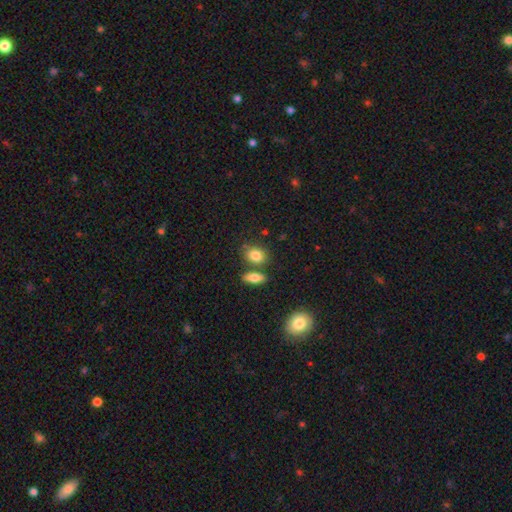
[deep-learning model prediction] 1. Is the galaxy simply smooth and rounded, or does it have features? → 84% smooth, 8% featured or disk, 8% star or artifact.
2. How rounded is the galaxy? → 61% in between, 36% round, 3% cigar-shaped.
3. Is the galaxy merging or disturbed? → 65% none, 19% merger, 12% minor disturbance, 3% major disturbance.